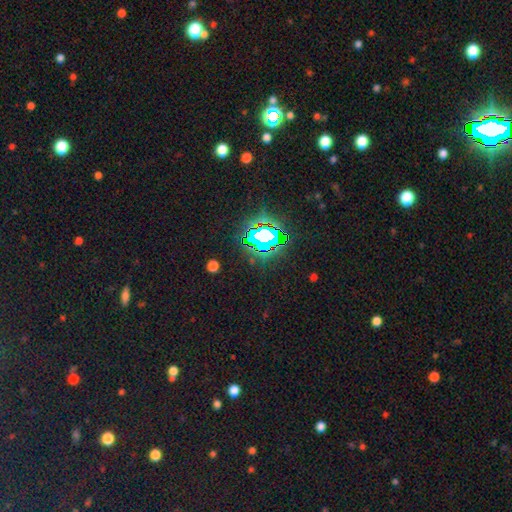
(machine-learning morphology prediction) Q: Smooth or featured?
A: star or artifact (84%); runner-up: smooth (10%)